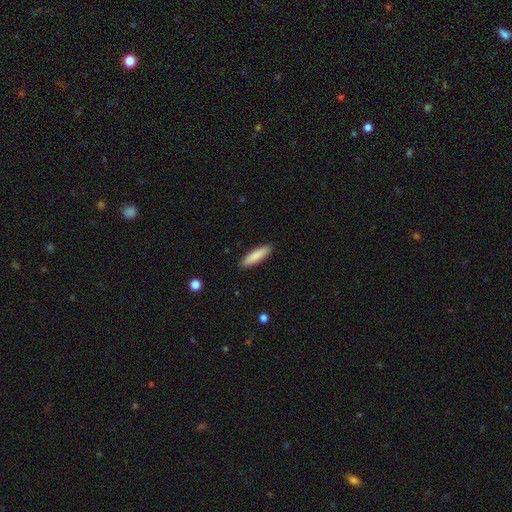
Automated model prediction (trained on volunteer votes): A smooth galaxy with no disk features (85%) that is cigar-shaped (77%).

Vote fractions:
- Smooth or featured? smooth: 85% / featured or disk: 9% / star or artifact: 6%
- How rounded? cigar-shaped: 77% / in between: 22% / round: 1%
- Merging? none: 90% / minor disturbance: 7% / major disturbance: 2% / merger: 1%